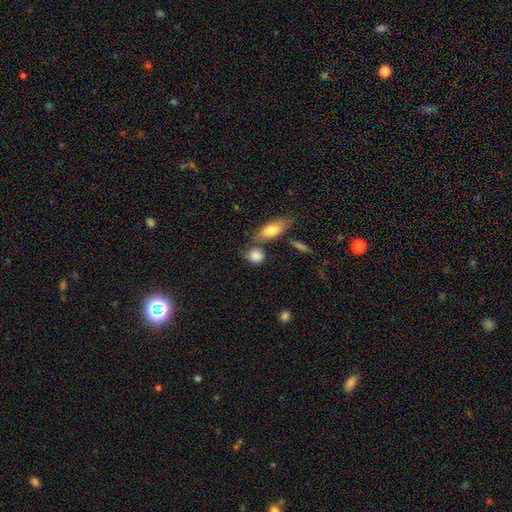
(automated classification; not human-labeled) This appears to be a smooth galaxy with no disk features (84%) that is round (64%). Merging: none (57%).